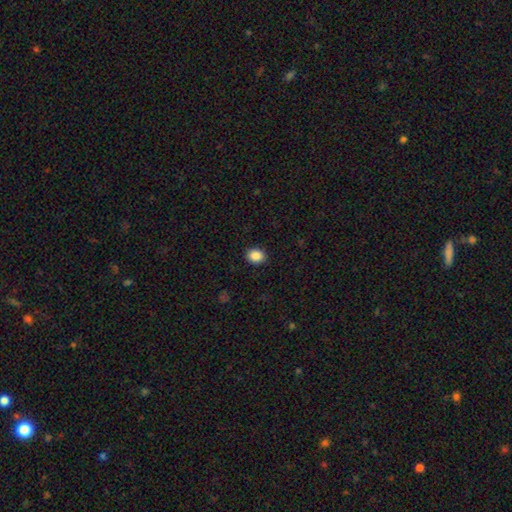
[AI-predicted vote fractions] smooth-or-featured: smooth: 88% | star or artifact: 9% | featured or disk: 3%
  how-rounded: round: 55% | in between: 44% | cigar-shaped: 1%
  merging: none: 91% | minor disturbance: 7% | major disturbance: 2% | merger: 1%